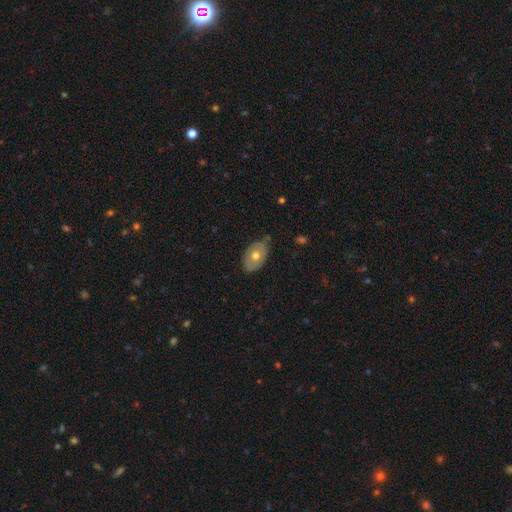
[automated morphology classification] This is possibly a smooth galaxy (58%). How rounded: clearly in between (85%). Merging: likely none (72%).